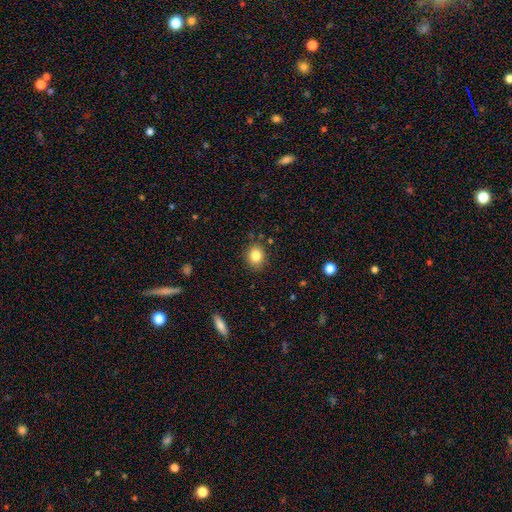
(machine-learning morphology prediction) This is clearly a smooth galaxy (83%). How rounded: likely round (72%). Merging: clearly none (86%).